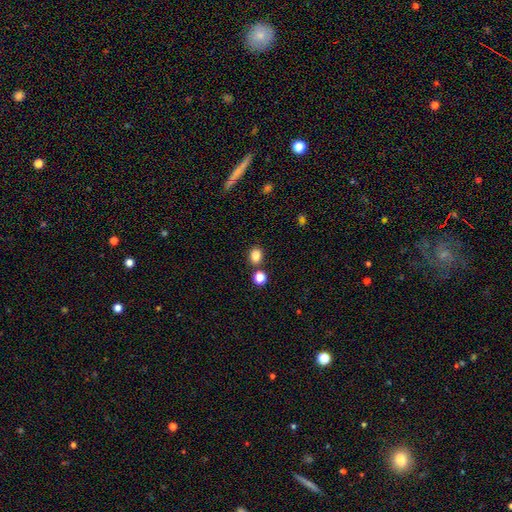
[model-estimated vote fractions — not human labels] Overall: smooth (83%). How rounded: round (52%; in between 47%). Merging: none (77%).